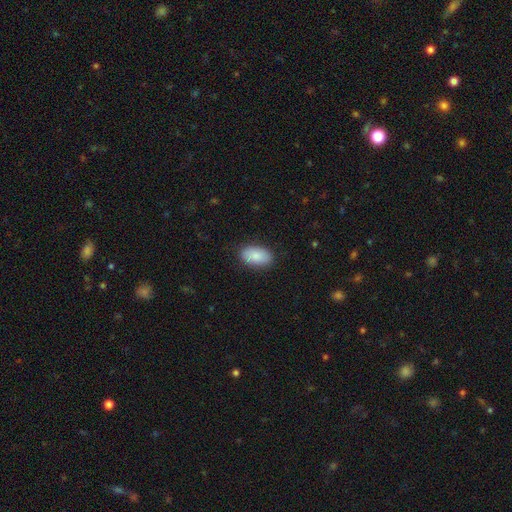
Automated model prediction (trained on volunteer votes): The model was most divided on "merging": none: 86%, minor disturbance: 11%, major disturbance: 2%, merger: 1%. More confident: how rounded — in between (94%); smooth or featured — smooth (87%).